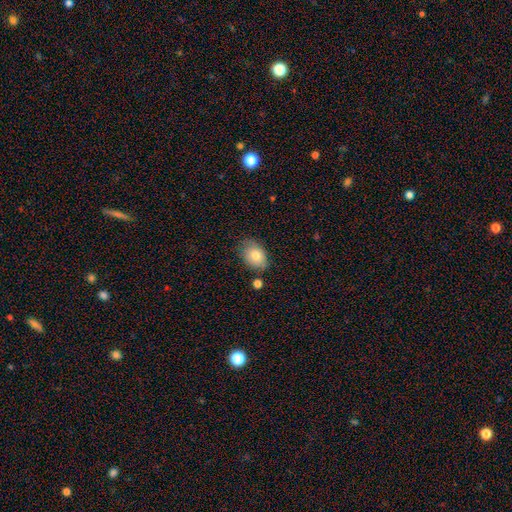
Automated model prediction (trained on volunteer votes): A smooth galaxy with no disk features (80%) that is in between round and cigar-shaped (80%).

Vote fractions:
- Smooth or featured? smooth: 80% / featured or disk: 12% / star or artifact: 8%
- How rounded? in between: 80% / round: 19% / cigar-shaped: 1%
- Merging? none: 71% / minor disturbance: 20% / merger: 5% / major disturbance: 4%